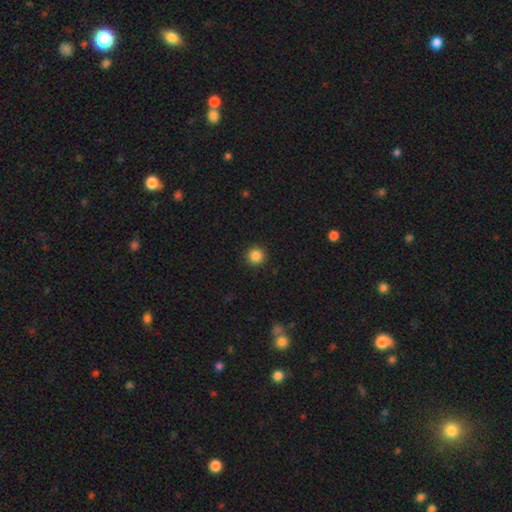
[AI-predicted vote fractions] smooth 86%, star or artifact 11%, featured or disk 3%. Down the decision tree: how rounded — round (95%); merging — none (93%).